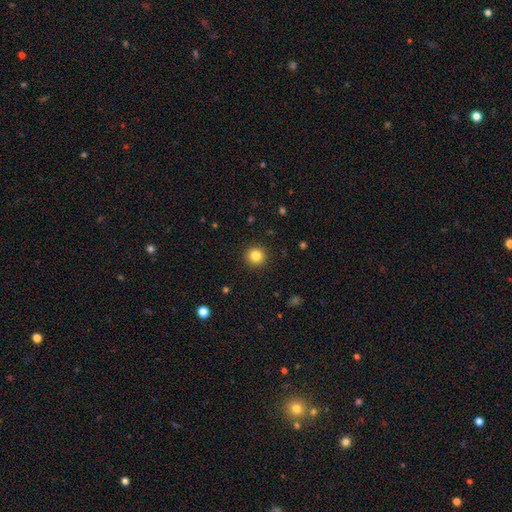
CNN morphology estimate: type=smooth (84%); roundness=round (93%); merging=none (92%).